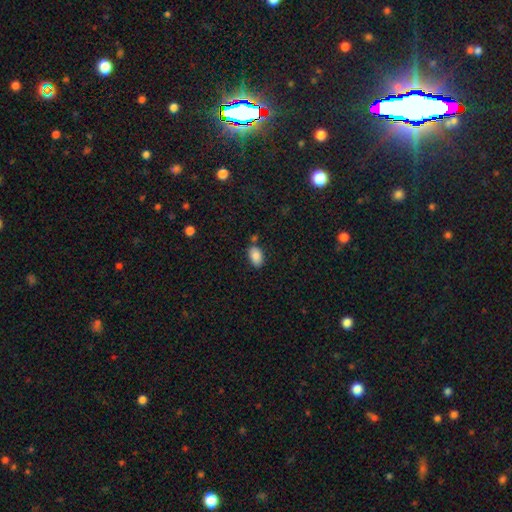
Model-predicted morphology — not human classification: smooth_or_featured: smooth (p=0.86) [alt: star or artifact p=0.08]
how_rounded: in between (p=0.92) [alt: round p=0.06]
merging: none (p=0.74) [alt: minor disturbance p=0.14]